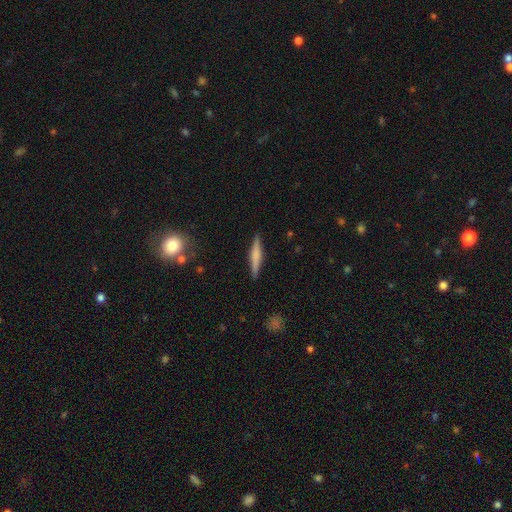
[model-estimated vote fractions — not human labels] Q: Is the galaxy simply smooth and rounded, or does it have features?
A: smooth — 51%.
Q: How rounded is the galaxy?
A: cigar-shaped — 91%.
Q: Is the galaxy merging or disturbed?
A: none — 89%.